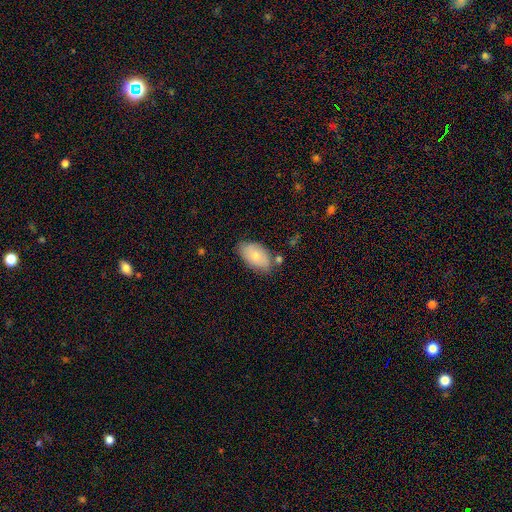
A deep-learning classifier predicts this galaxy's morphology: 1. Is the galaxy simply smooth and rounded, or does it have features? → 72% smooth, 22% featured or disk, 7% star or artifact.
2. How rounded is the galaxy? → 93% in between, 5% round, 2% cigar-shaped.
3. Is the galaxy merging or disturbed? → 69% none, 21% minor disturbance, 6% merger, 4% major disturbance.